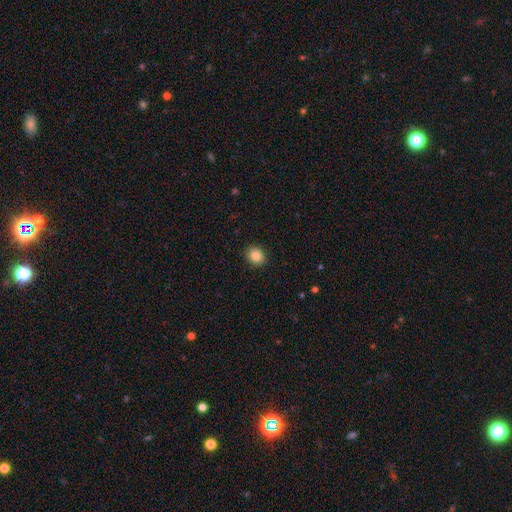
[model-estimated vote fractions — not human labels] smooth-or-featured: smooth: 86% | star or artifact: 10% | featured or disk: 5%
  how-rounded: round: 74% | in between: 25% | cigar-shaped: 1%
  merging: none: 92% | minor disturbance: 5% | major disturbance: 2% | merger: 1%